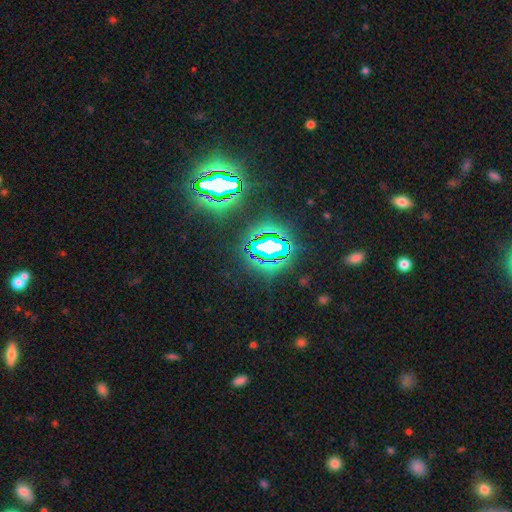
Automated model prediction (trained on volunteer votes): This appears to be a star or artifact, not a galaxy (81%).